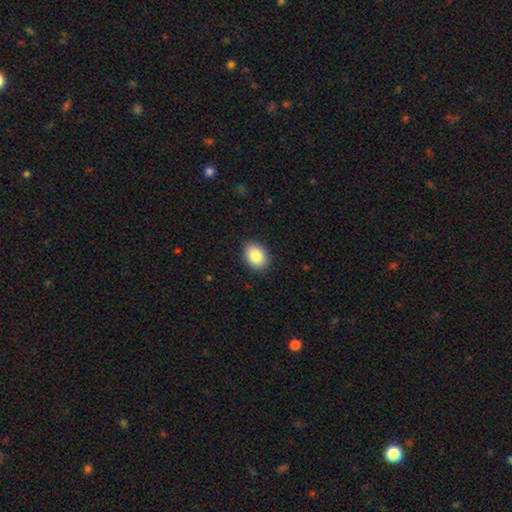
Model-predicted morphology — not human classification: Smooth or featured: smooth — 87% (star or artifact — 8%)
How rounded: in between — 73% (round — 26%)
Merging: none — 89% (minor disturbance — 8%)